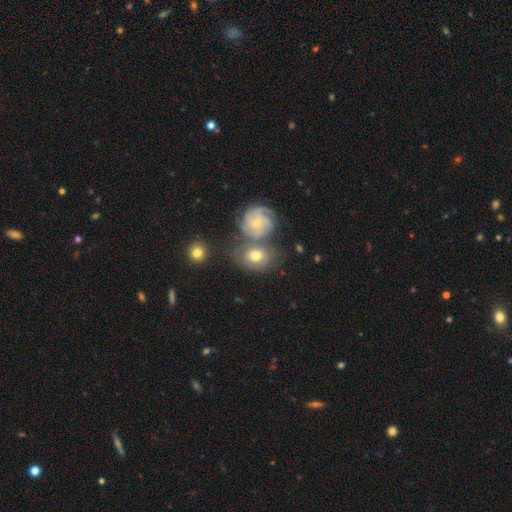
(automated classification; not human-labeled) Overall: featured or disk (59%; smooth 32%). Edge-on disk: no (95%). Bar: no (71%). Spiral arms: yes (89%). Bulge size: small (48%; moderate 44%). Merging: none (48%; merger 30%).